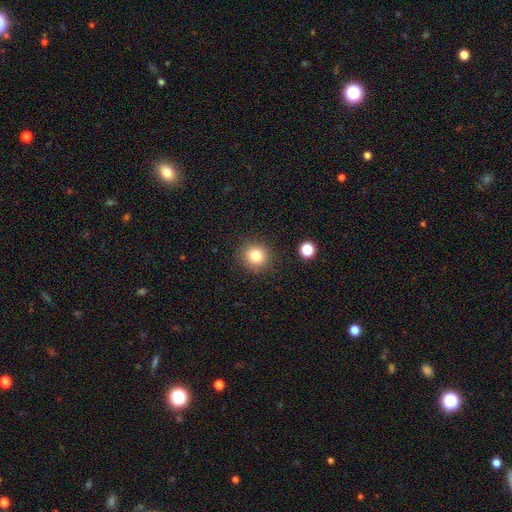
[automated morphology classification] Smooth or featured: smooth — 82% (star or artifact — 12%)
How rounded: round — 91% (in between — 8%)
Merging: none — 89% (minor disturbance — 7%)